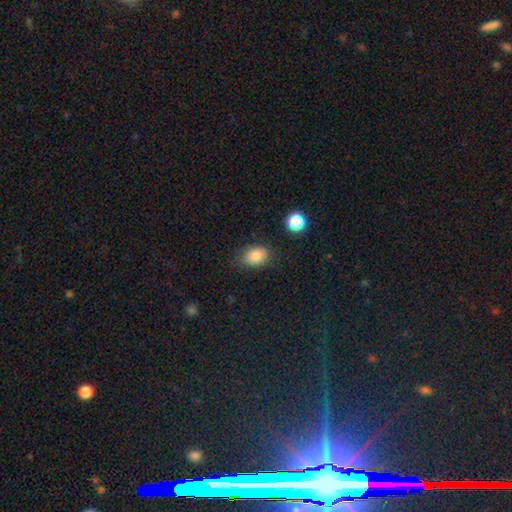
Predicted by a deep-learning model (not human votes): Q: Smooth or featured?
A: smooth (83%); runner-up: star or artifact (10%)
Q: How rounded?
A: in between (70%); runner-up: round (29%)
Q: Merging?
A: none (74%); runner-up: minor disturbance (19%)